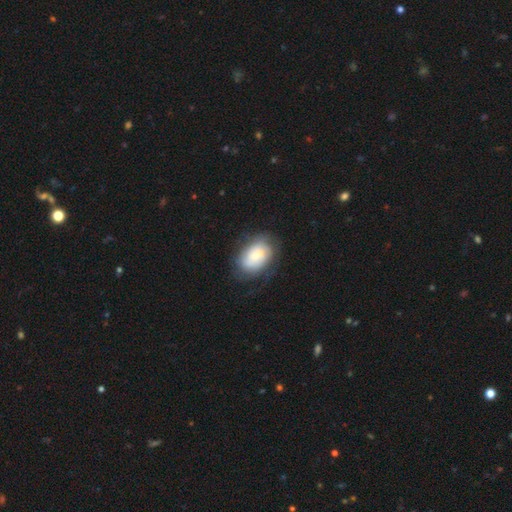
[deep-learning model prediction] smooth 53%, featured or disk 38%, star or artifact 8%. Down the decision tree: how rounded — in between (82%); merging — none (62%).